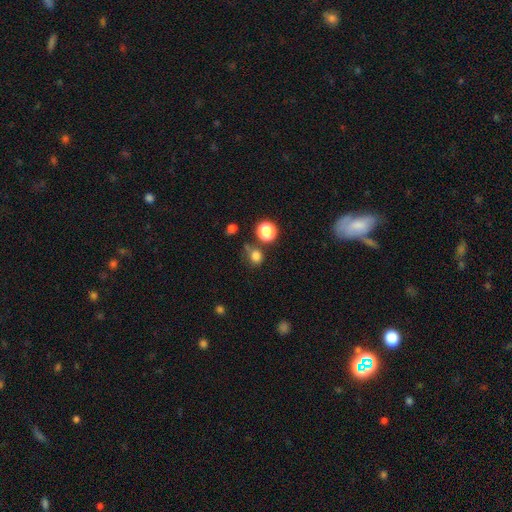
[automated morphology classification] smooth_or_featured: smooth (p=0.79) [alt: star or artifact p=0.16]
how_rounded: round (p=0.74) [alt: in between p=0.25]
merging: none (p=0.64) [alt: minor disturbance p=0.17]